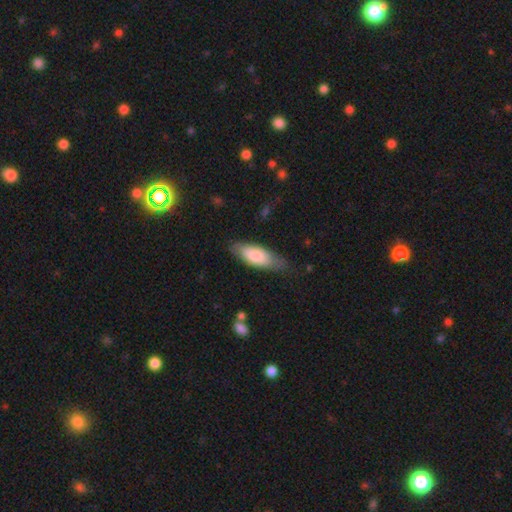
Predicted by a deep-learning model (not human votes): Overall: smooth (78%). How rounded: in between (68%; cigar-shaped 30%). Merging: none (70%).